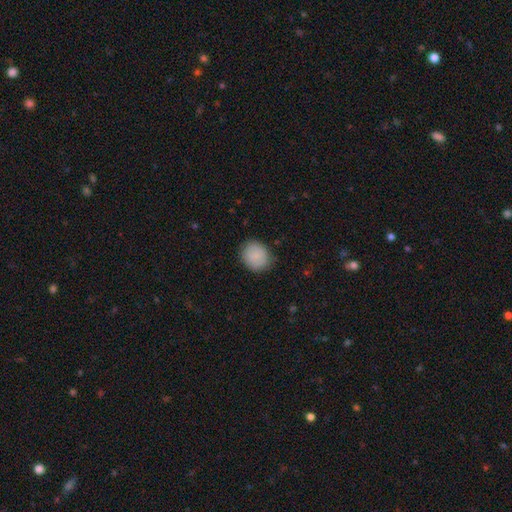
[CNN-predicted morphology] Smooth or featured: smooth — 85% (featured or disk — 9%)
How rounded: round — 73% (in between — 26%)
Merging: none — 81% (minor disturbance — 15%)